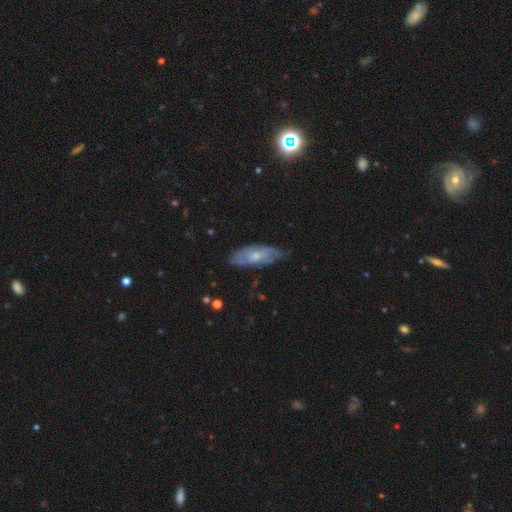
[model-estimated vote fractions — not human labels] The model was most divided on "smooth or featured": featured or disk: 49%, smooth: 44%, star or artifact: 7%. More confident: merging — none (68%).